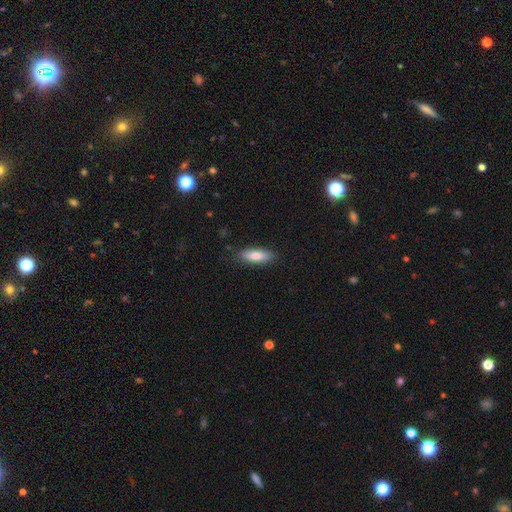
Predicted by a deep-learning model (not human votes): smooth 80%, featured or disk 14%, star or artifact 6%. Down the decision tree: how rounded — in between (58%); merging — none (85%).